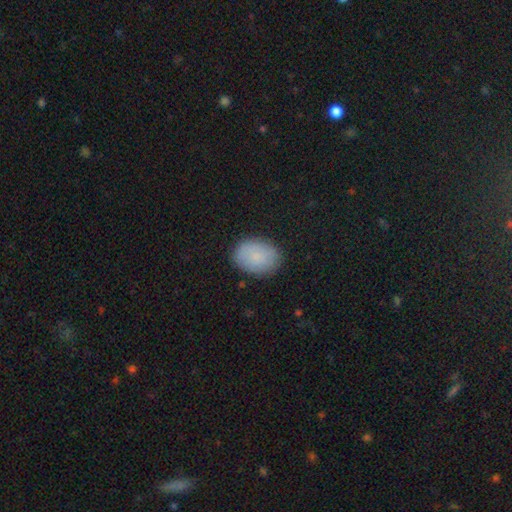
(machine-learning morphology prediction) smooth 83%, featured or disk 9%, star or artifact 7%. Down the decision tree: how rounded — in between (74%); merging — none (85%).